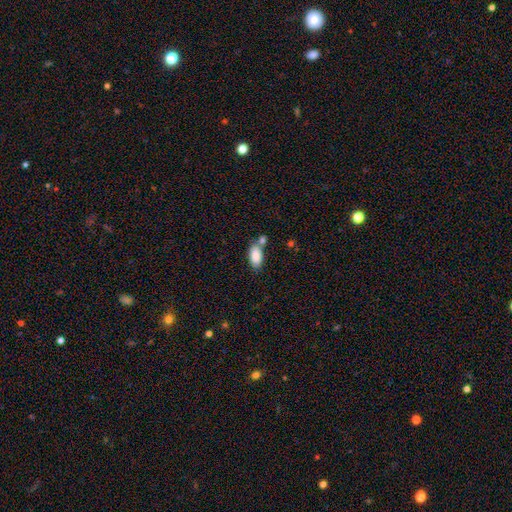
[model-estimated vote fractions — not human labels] Q: Smooth or featured?
A: smooth (87%); runner-up: star or artifact (7%)
Q: How rounded?
A: in between (93%); runner-up: cigar-shaped (4%)
Q: Merging?
A: none (54%); runner-up: merger (28%)